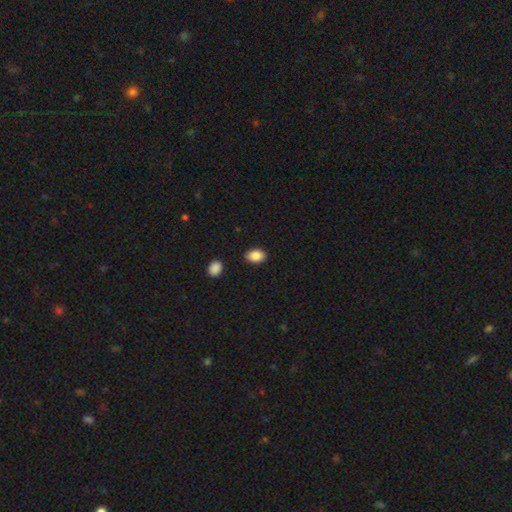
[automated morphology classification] The model was most divided on "how rounded": in between: 85%, round: 14%, cigar-shaped: 1%. More confident: smooth or featured — smooth (88%); merging — none (87%).